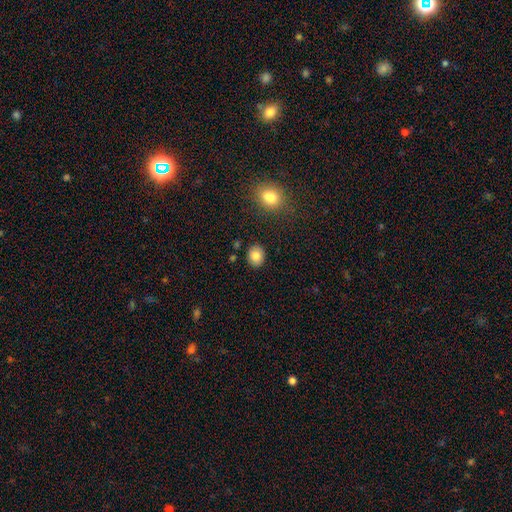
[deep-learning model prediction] This appears to be a smooth galaxy with no disk features (85%) that is round (60%). Merging: none (88%).